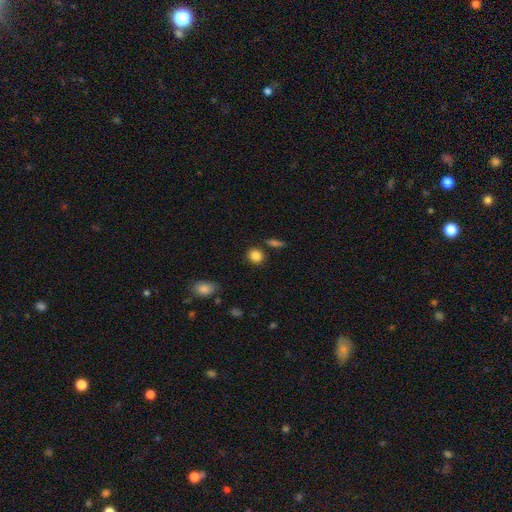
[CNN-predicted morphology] Smooth or featured?
  - smooth: 85% *
  - star or artifact: 10%
  - featured or disk: 5%
How rounded?
  - round: 76% *
  - in between: 23%
  - cigar-shaped: 1%
Merging?
  - none: 84% *
  - minor disturbance: 9%
  - merger: 5%
  - major disturbance: 3%